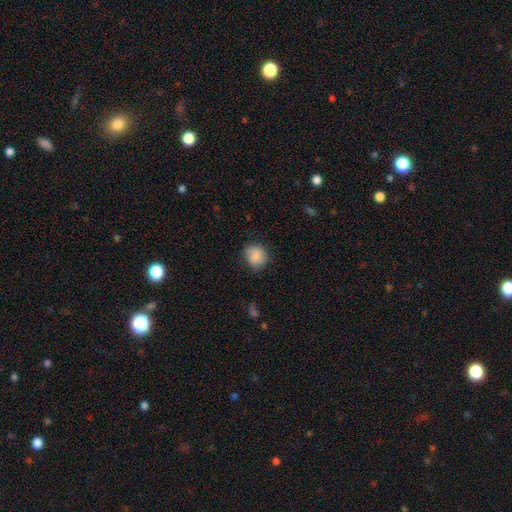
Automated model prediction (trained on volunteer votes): This appears to be a smooth galaxy with no disk features (84%) that is round (76%). Merging: none (74%).